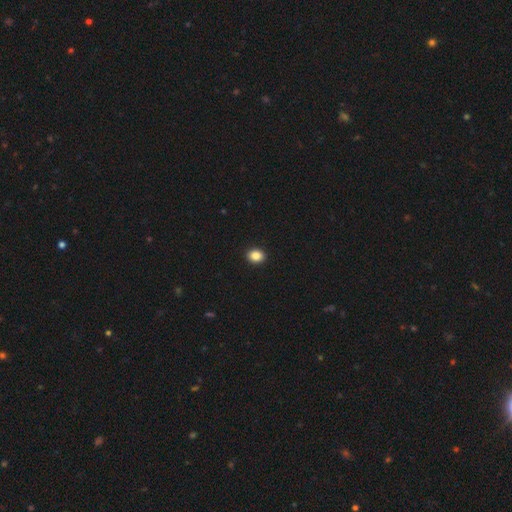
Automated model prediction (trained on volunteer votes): This is clearly a smooth galaxy (87%). How rounded: possibly round (52%). Merging: clearly none (93%).